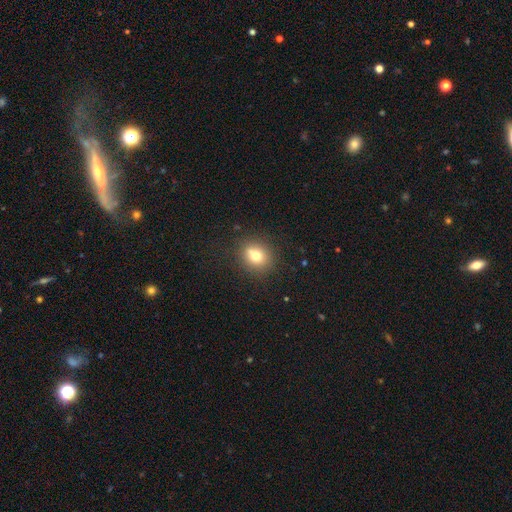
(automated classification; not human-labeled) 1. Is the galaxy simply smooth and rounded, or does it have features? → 72% smooth, 14% featured or disk, 13% star or artifact.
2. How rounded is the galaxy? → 75% round, 24% in between, 1% cigar-shaped.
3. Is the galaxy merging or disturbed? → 76% none, 13% minor disturbance, 8% merger, 4% major disturbance.